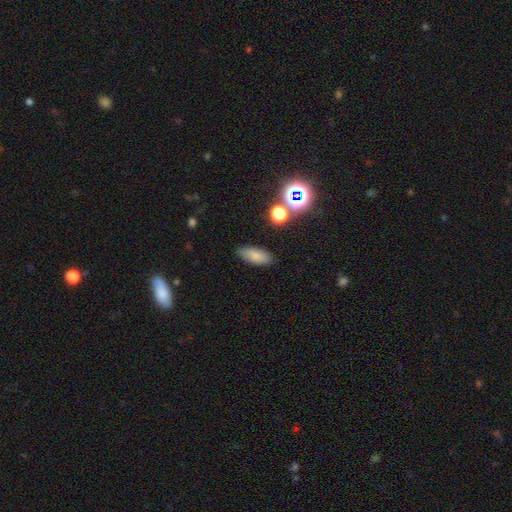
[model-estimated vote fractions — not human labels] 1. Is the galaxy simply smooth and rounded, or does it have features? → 79% smooth, 12% star or artifact, 9% featured or disk.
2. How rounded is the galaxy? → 80% in between, 16% cigar-shaped, 4% round.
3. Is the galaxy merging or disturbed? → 85% none, 10% minor disturbance, 3% major disturbance, 2% merger.